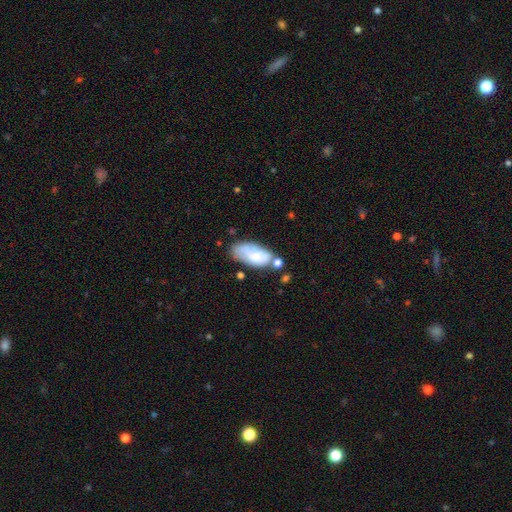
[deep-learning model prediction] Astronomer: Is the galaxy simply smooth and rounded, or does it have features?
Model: smooth — 59%.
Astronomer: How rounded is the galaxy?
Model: in between — 89%.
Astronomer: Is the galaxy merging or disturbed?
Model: none — 40% (runner-up: minor disturbance, 27%).